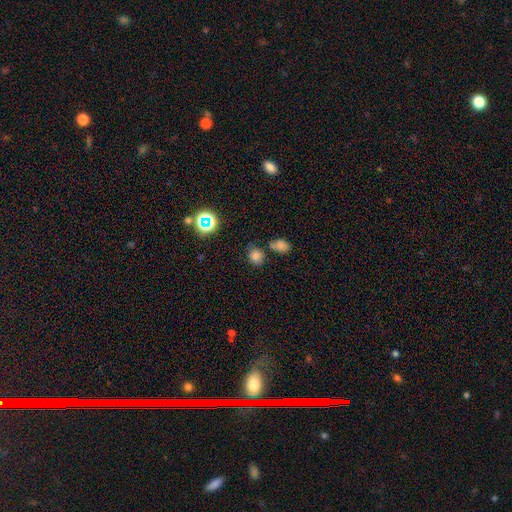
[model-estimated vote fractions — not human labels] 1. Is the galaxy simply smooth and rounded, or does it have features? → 74% smooth, 19% star or artifact, 6% featured or disk.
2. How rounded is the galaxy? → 58% round, 41% in between, 1% cigar-shaped.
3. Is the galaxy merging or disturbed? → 61% none, 18% minor disturbance, 16% merger, 6% major disturbance.